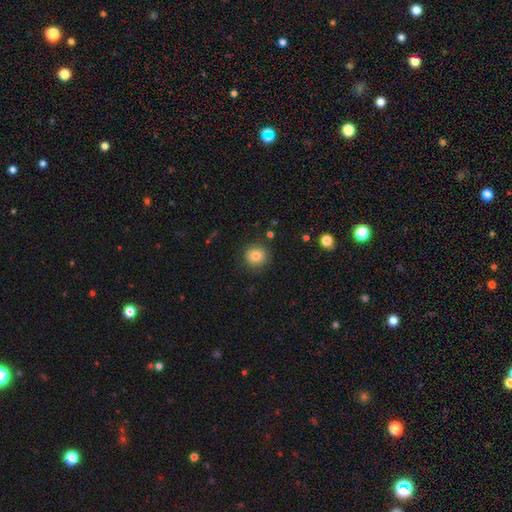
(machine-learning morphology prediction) Q: Smooth or featured?
A: smooth (80%); runner-up: star or artifact (11%)
Q: How rounded?
A: round (91%); runner-up: in between (8%)
Q: Merging?
A: none (86%); runner-up: minor disturbance (10%)